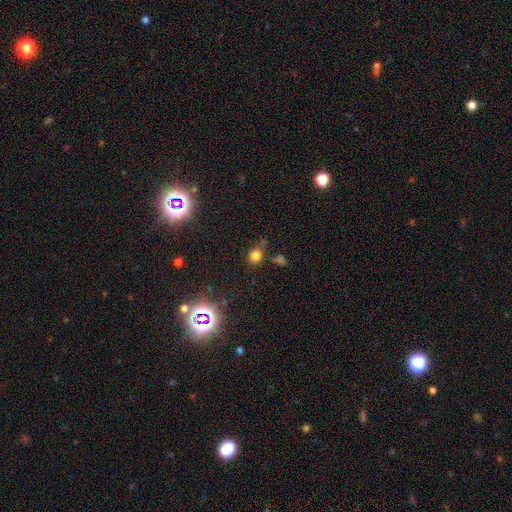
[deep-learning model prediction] Smooth or featured?
  - smooth: 74% *
  - star or artifact: 19%
  - featured or disk: 7%
How rounded?
  - round: 76% *
  - in between: 22%
  - cigar-shaped: 1%
Merging?
  - none: 72% *
  - minor disturbance: 14%
  - merger: 9%
  - major disturbance: 5%